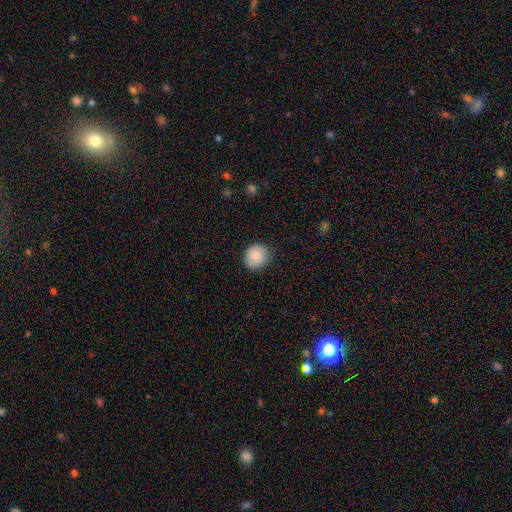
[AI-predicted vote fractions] Q: Smooth or featured?
A: smooth (87%); runner-up: star or artifact (8%)
Q: How rounded?
A: round (81%); runner-up: in between (18%)
Q: Merging?
A: none (86%); runner-up: minor disturbance (11%)